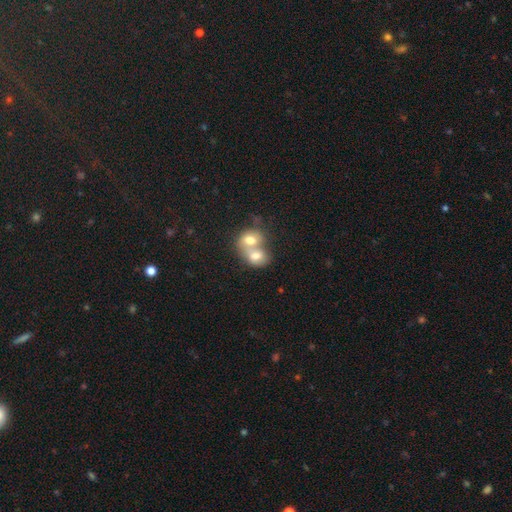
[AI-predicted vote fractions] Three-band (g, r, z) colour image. It shows a smooth galaxy with no disk features (69%) that is in between round and cigar-shaped (51%). Merging: merger (77%).